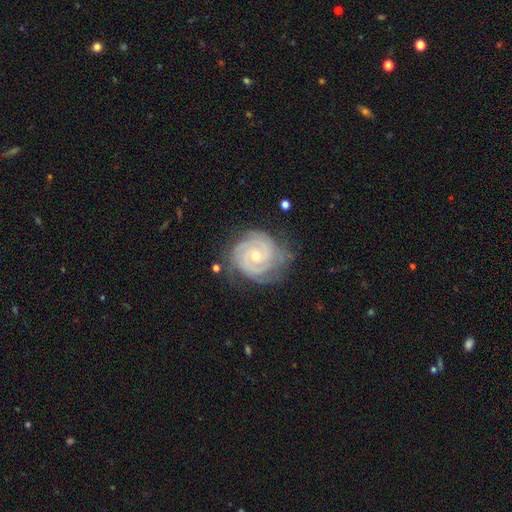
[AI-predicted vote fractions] Morphology: type=featured or disk (91%); edge-on=no (98%); bar=no (66%); spiral arms=yes (98%); winding=tight (82%); arm count=2 (41%); bulge=small (58%); merging=none (73%).